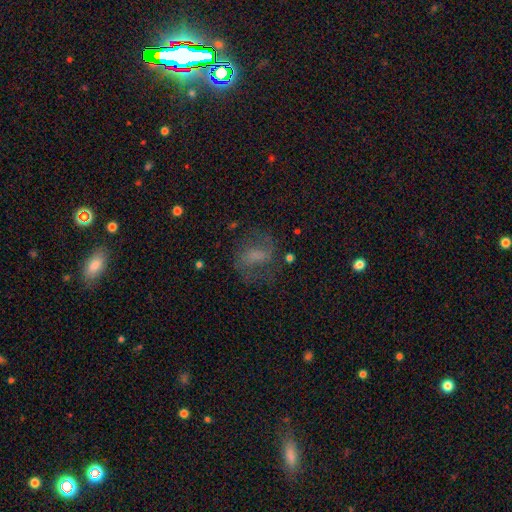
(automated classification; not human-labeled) smooth_or_featured: featured or disk (p=0.55) [alt: smooth p=0.30]
disk_edge_on: no (p=0.96) [alt: yes p=0.04]
bar: weak (p=0.46) [alt: no p=0.31]
has_spiral_arms: yes (p=0.80) [alt: no p=0.20]
bulge_size: none (p=0.39) [alt: moderate p=0.24]
merging: none (p=0.63) [alt: minor disturbance p=0.18]